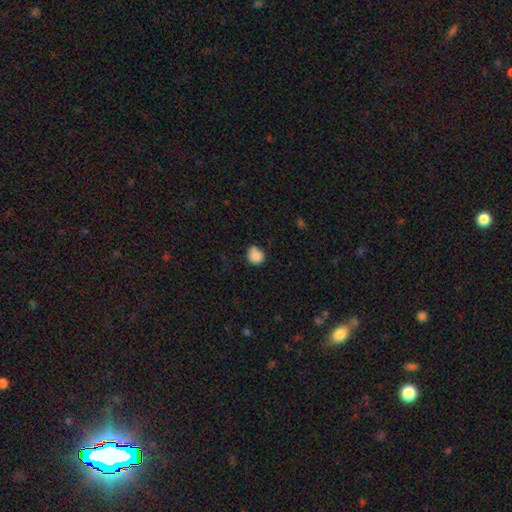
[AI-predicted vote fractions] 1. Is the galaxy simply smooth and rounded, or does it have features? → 85% smooth, 9% star or artifact, 6% featured or disk.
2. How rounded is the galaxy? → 84% round, 15% in between, 1% cigar-shaped.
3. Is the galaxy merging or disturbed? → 61% none, 24% minor disturbance, 9% merger, 6% major disturbance.